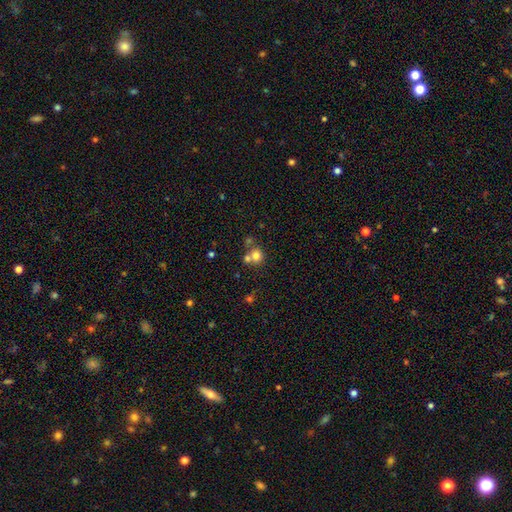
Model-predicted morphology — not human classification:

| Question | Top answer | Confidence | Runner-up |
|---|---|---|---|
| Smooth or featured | smooth | 73% | star or artifact (15%) |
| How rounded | round | 87% | in between (12%) |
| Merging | none | 51% | merger (39%) |